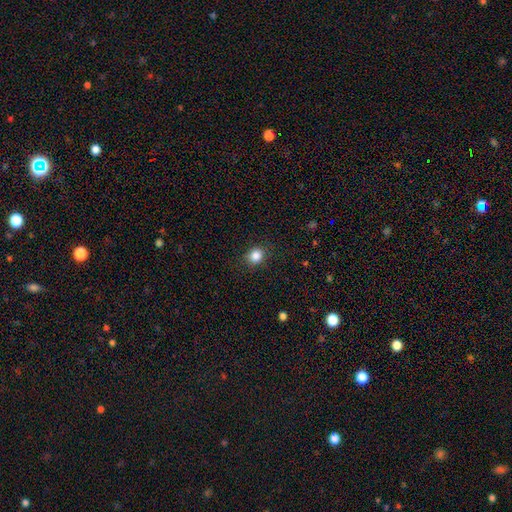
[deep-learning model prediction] Smooth or featured?
  - smooth: 85% *
  - star or artifact: 10%
  - featured or disk: 4%
How rounded?
  - round: 74% *
  - in between: 25%
  - cigar-shaped: 1%
Merging?
  - none: 87% *
  - minor disturbance: 9%
  - major disturbance: 3%
  - merger: 1%